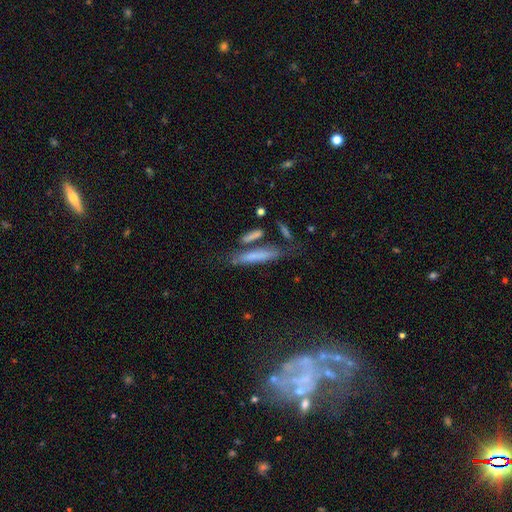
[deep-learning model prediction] Morphology: type=smooth (65%); roundness=cigar-shaped (83%); merging=none (61%).